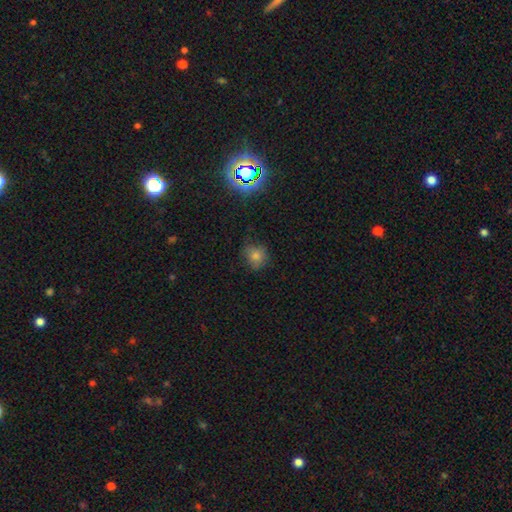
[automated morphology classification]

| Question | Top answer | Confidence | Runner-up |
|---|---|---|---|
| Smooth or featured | smooth | 67% | star or artifact (24%) |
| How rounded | round | 84% | in between (15%) |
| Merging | none | 78% | minor disturbance (17%) |